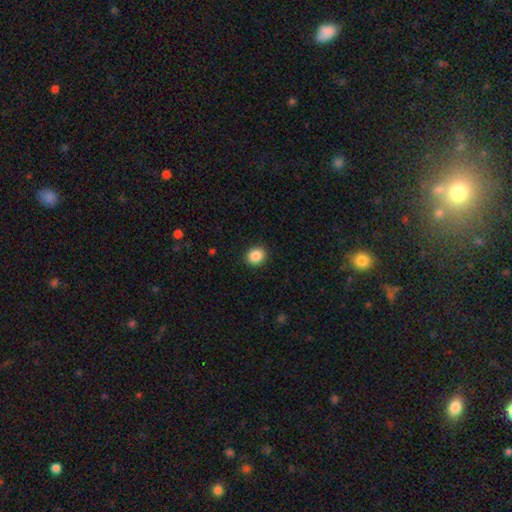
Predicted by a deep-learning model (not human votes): The model was most divided on "how rounded": round: 77%, in between: 22%, cigar-shaped: 1%. More confident: merging — none (91%); smooth or featured — smooth (88%).